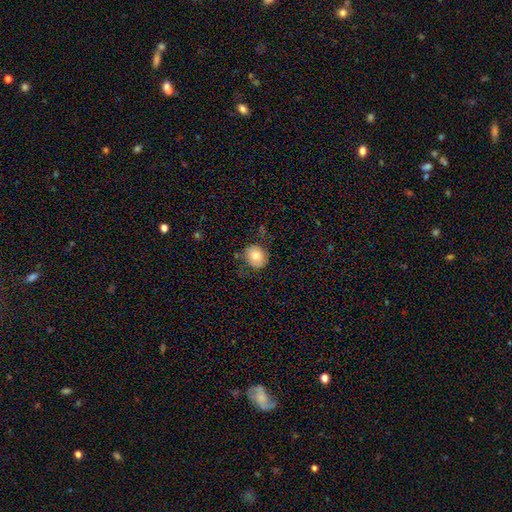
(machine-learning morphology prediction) smooth_or_featured: smooth (p=0.77) [alt: featured or disk p=0.15]
how_rounded: round (p=0.76) [alt: in between p=0.23]
merging: none (p=0.70) [alt: minor disturbance p=0.20]